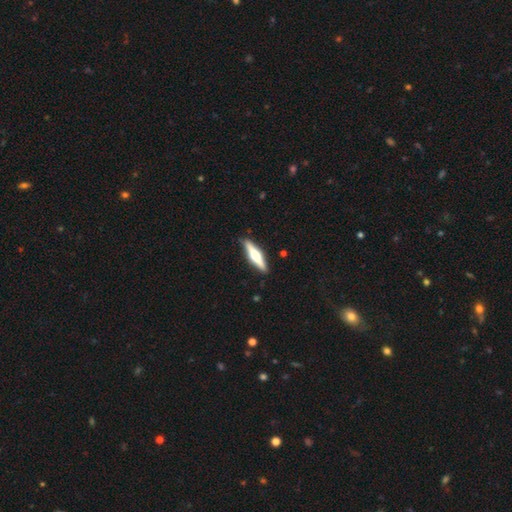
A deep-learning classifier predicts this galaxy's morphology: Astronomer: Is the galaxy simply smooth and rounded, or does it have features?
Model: featured or disk — 65%.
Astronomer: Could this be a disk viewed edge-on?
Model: yes — 97%.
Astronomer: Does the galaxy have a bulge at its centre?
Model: rounded — 93%.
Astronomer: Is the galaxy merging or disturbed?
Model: none — 89%.